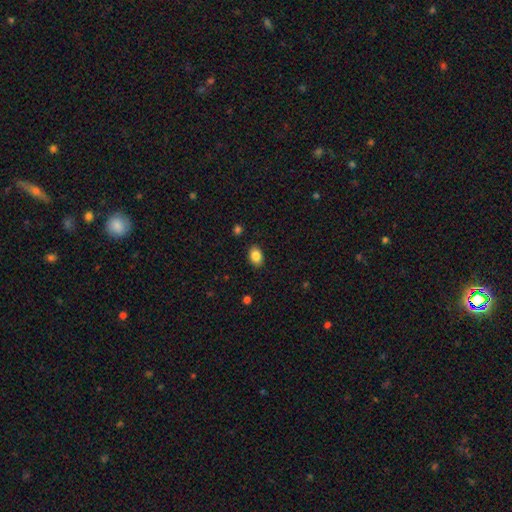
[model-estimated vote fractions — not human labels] smooth 87%, star or artifact 9%, featured or disk 5%. Down the decision tree: how rounded — in between (78%); merging — none (88%).